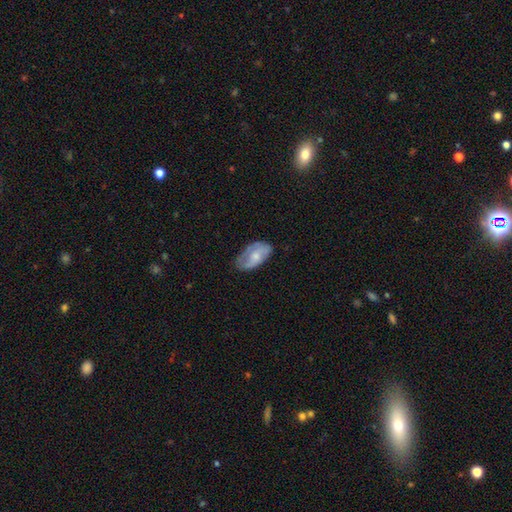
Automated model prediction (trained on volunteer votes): Smooth or featured? Predicted: smooth (p=0.51). How rounded? Predicted: in between (p=0.93). Merging? Predicted: none (p=0.58).